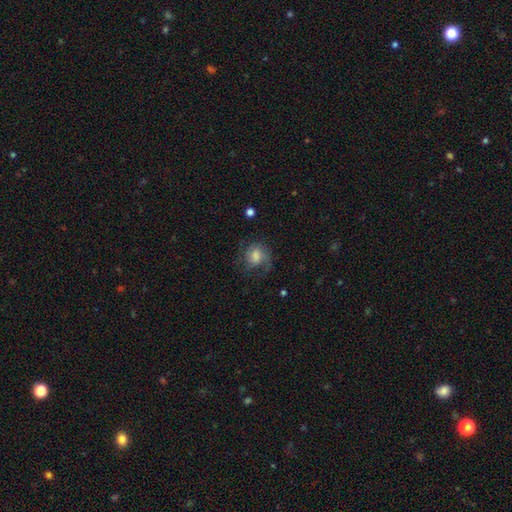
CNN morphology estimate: A featured or disk galaxy (52%) with no bar (56%), spiral arms (87%) and a moderate central bulge (38%). Merging: none (58%).